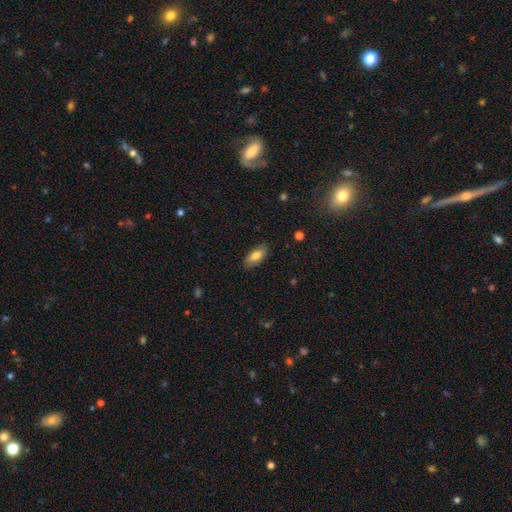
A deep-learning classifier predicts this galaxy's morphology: Q: Smooth or featured?
A: smooth (77%); runner-up: featured or disk (16%)
Q: How rounded?
A: in between (82%); runner-up: cigar-shaped (16%)
Q: Merging?
A: none (84%); runner-up: minor disturbance (12%)